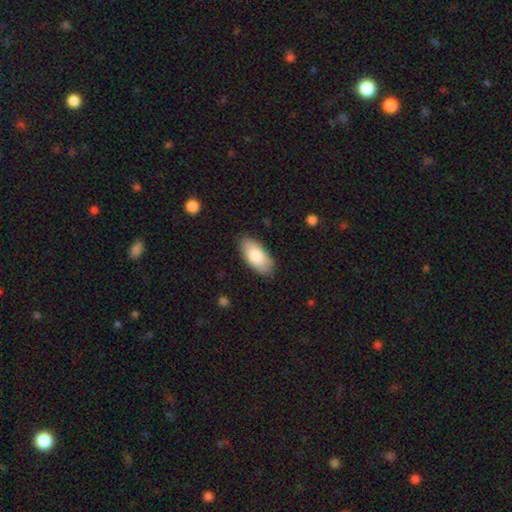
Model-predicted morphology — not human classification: Smooth or featured: smooth — 82% (featured or disk — 13%)
How rounded: in between — 93% (cigar-shaped — 5%)
Merging: none — 85% (minor disturbance — 11%)